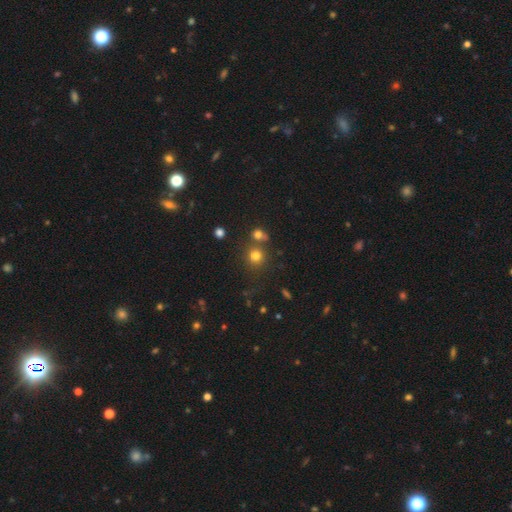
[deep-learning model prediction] The model was most divided on "merging": none: 66%, merger: 21%, minor disturbance: 9%, major disturbance: 4%. More confident: how rounded — round (88%); smooth or featured — smooth (77%).